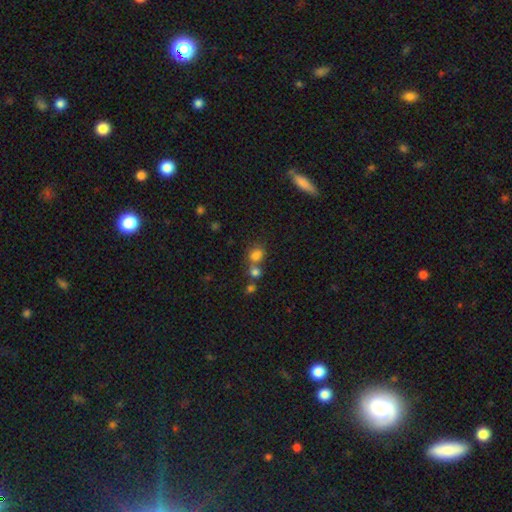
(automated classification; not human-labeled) smooth 76%, star or artifact 15%, featured or disk 8%. Down the decision tree: how rounded — round (67%); merging — none (46%).